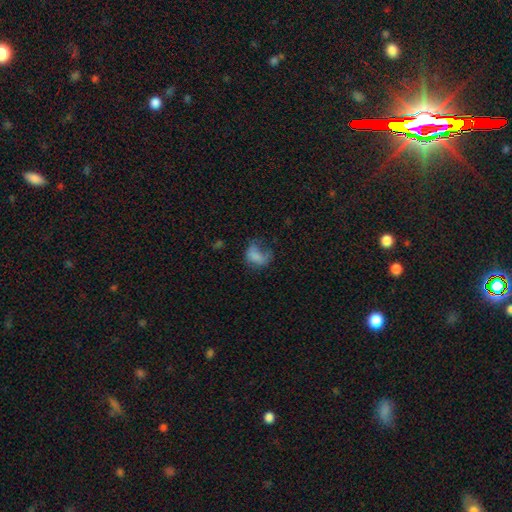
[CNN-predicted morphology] Smooth or featured: smooth — 67% (featured or disk — 21%)
How rounded: in between — 74% (round — 24%)
Merging: major disturbance — 44% (none — 28%)